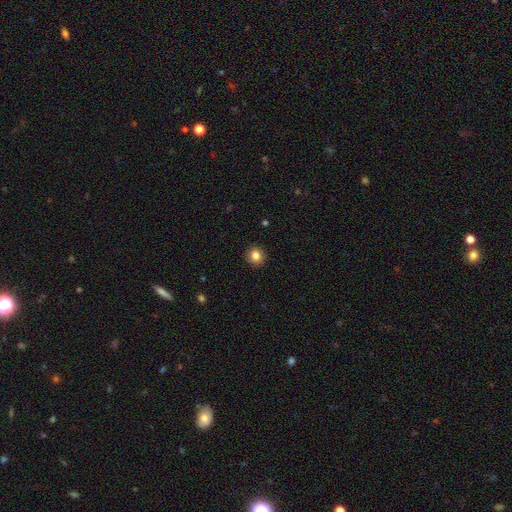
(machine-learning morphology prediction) Smooth or featured? Predicted: smooth (p=0.85). How rounded? Predicted: round (p=0.89). Merging? Predicted: none (p=0.92).